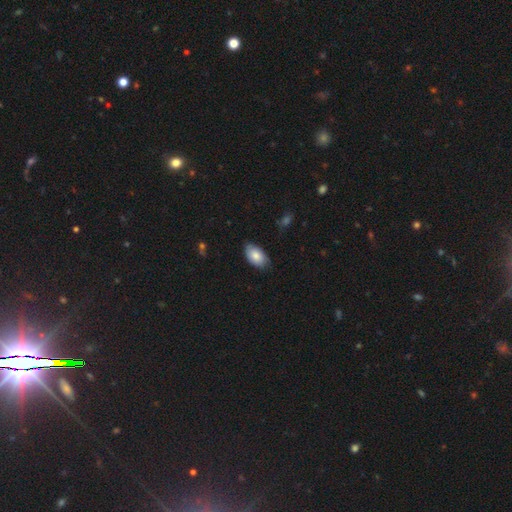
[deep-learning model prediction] A smooth galaxy with no disk features (82%) that is in between round and cigar-shaped (93%).

Vote fractions:
- Smooth or featured? smooth: 82% / featured or disk: 12% / star or artifact: 6%
- How rounded? in between: 93% / round: 5% / cigar-shaped: 1%
- Merging? none: 76% / minor disturbance: 20% / major disturbance: 3% / merger: 1%